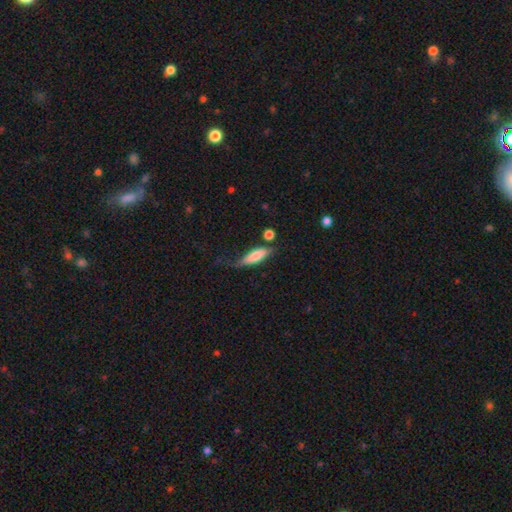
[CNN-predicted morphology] The model was most divided on "how rounded": cigar-shaped: 54%, in between: 44%, round: 3%. Remaining: smooth or featured — smooth (65%); merging — none (46%).